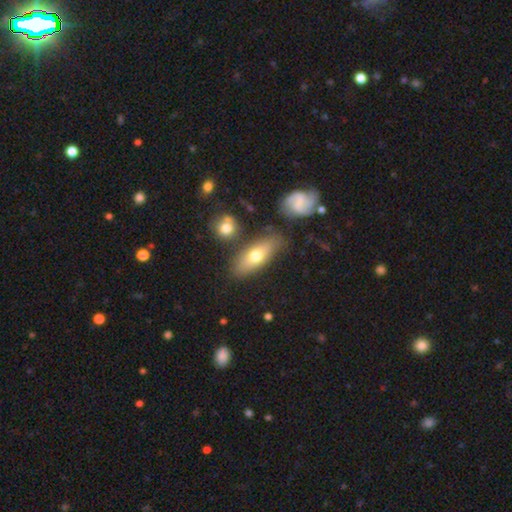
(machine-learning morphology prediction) Overall: smooth (63%; featured or disk 29%). How rounded: in between (70%). Merging: none (75%).